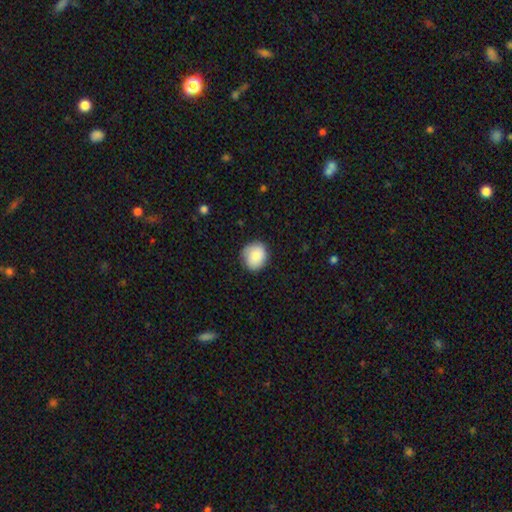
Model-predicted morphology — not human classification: smooth_or_featured: smooth (p=0.84) [alt: featured or disk p=0.09]
how_rounded: round (p=0.72) [alt: in between p=0.27]
merging: none (p=0.82) [alt: minor disturbance p=0.14]